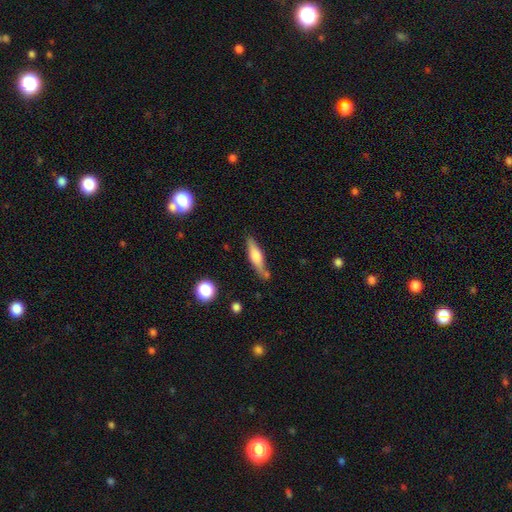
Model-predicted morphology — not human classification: Smooth or featured: smooth — 54% (featured or disk — 40%)
How rounded: cigar-shaped — 68% (in between — 29%)
Merging: none — 69% (minor disturbance — 18%)